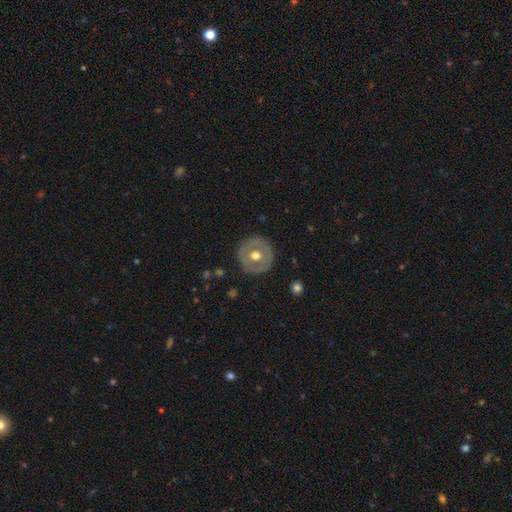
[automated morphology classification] Smooth or featured?
  - featured or disk: 50% *
  - smooth: 44%
  - star or artifact: 6%
Edge-on disk?
  - no: 94% *
  - yes: 6%
Merging?
  - none: 86% *
  - minor disturbance: 9%
  - major disturbance: 3%
  - merger: 1%